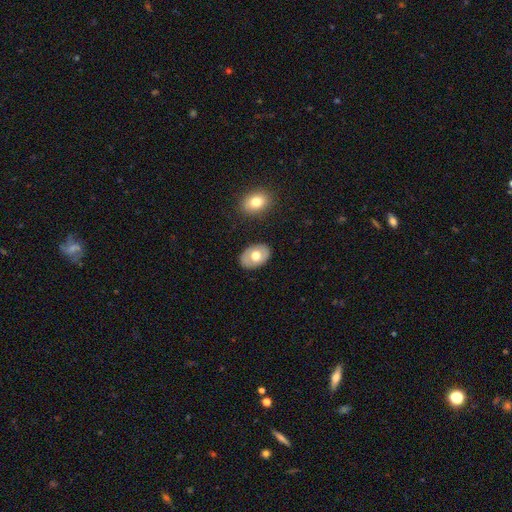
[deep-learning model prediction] Smooth or featured?
  - smooth: 59% *
  - featured or disk: 36%
  - star or artifact: 6%
How rounded?
  - in between: 83% *
  - round: 16%
  - cigar-shaped: 1%
Merging?
  - none: 86% *
  - minor disturbance: 10%
  - major disturbance: 2%
  - merger: 2%